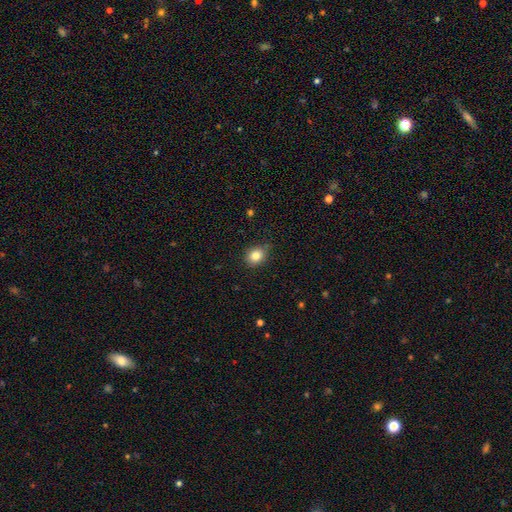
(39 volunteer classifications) Smooth or featured?
  - smooth: 87% *
  - star or artifact: 10%
  - featured or disk: 3%
How rounded?
  - round: 76% *
  - in between: 24%
  - cigar-shaped: 0%
Merging?
  - none: 74% *
  - minor disturbance: 26%
  - major disturbance: 0%
  - merger: 0%